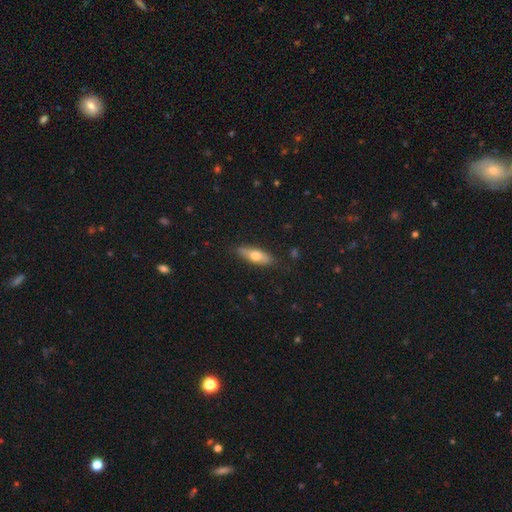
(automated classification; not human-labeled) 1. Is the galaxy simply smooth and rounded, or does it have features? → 63% smooth, 31% featured or disk, 6% star or artifact.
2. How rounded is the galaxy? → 56% in between, 41% cigar-shaped, 3% round.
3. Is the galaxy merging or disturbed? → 84% none, 12% minor disturbance, 2% major disturbance, 1% merger.